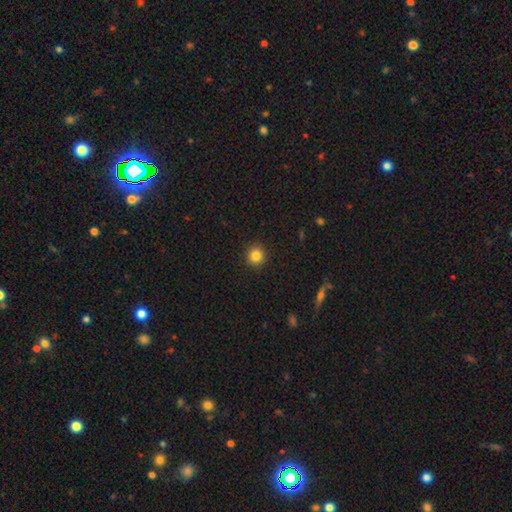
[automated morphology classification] smooth-or-featured: smooth: 83% | star or artifact: 11% | featured or disk: 5%
  how-rounded: round: 93% | in between: 6% | cigar-shaped: 1%
  merging: none: 92% | minor disturbance: 5% | major disturbance: 2% | merger: 1%